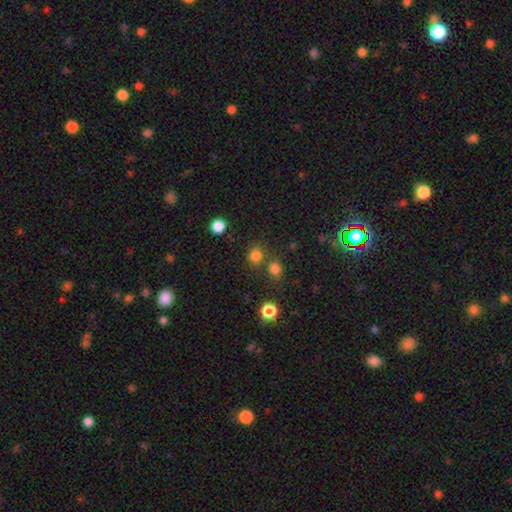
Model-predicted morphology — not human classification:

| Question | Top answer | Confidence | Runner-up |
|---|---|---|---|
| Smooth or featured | smooth | 78% | star or artifact (17%) |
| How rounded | round | 79% | in between (20%) |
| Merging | none | 71% | merger (17%) |